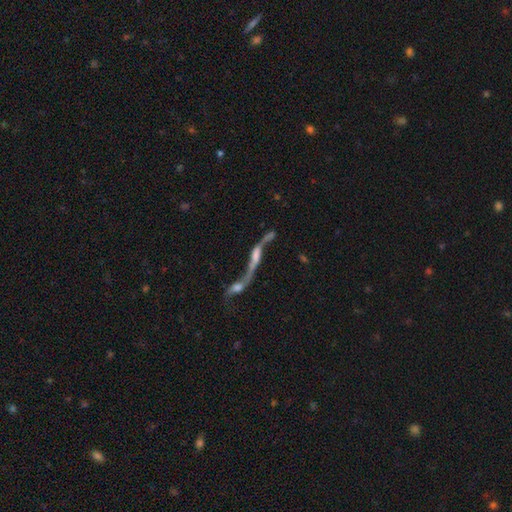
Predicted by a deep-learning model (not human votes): Q: Smooth or featured?
A: featured or disk (73%); runner-up: smooth (15%)
Q: Edge-on disk?
A: no (69%); runner-up: yes (31%)
Q: Bar?
A: no (54%); runner-up: weak (30%)
Q: Spiral arms?
A: yes (72%); runner-up: no (28%)
Q: Bulge size?
A: none (34%); runner-up: moderate (27%)
Q: Merging?
A: merger (69%); runner-up: none (14%)